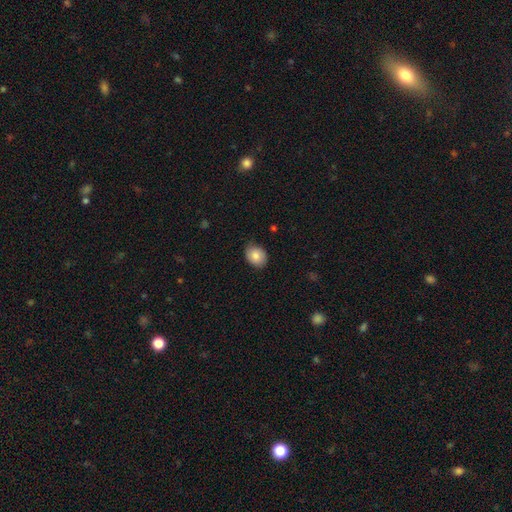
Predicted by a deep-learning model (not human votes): Smooth or featured: smooth — 84% (featured or disk — 9%)
How rounded: in between — 59% (round — 40%)
Merging: none — 79% (minor disturbance — 17%)